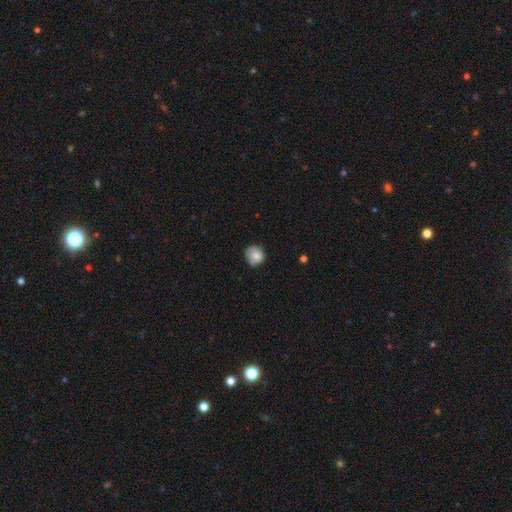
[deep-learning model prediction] Smooth or featured? smooth (81%)
How rounded? round (83%)
Merging? none (62%)